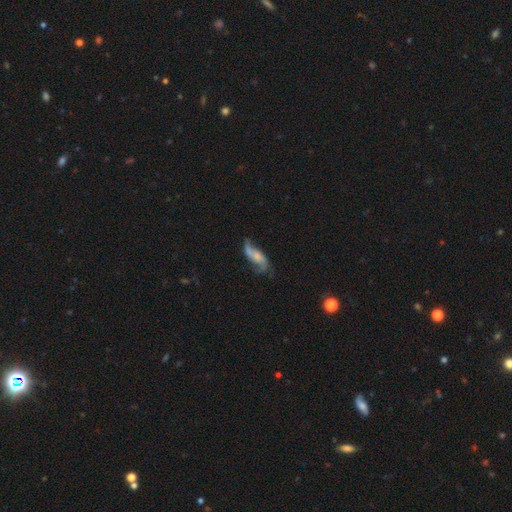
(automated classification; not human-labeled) The model was most divided on "bulge size": small: 49%, moderate: 32%, none: 14%, large: 4%, dominant: 1%. More confident: edge-on disk — no (90%); spiral arms — yes (88%); spiral arm count — 2 (85%); spiral winding — loose (71%); smooth or featured — featured or disk (67%); bar — no (60%); merging — none (52%).